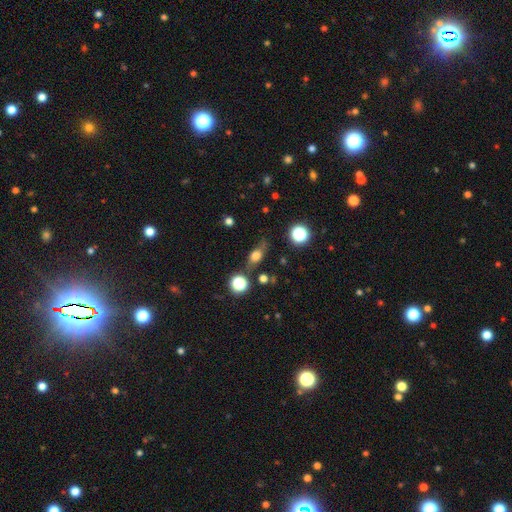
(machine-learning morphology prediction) smooth-or-featured: smooth: 64% | featured or disk: 22% | star or artifact: 14%
  how-rounded: in between: 60% | round: 27% | cigar-shaped: 14%
  merging: none: 65% | minor disturbance: 22% | major disturbance: 8% | merger: 5%